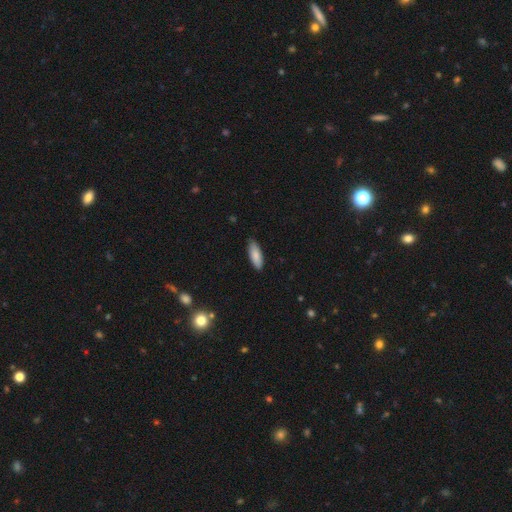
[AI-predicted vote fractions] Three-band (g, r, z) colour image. It shows a smooth galaxy with no disk features (86%) that is in between round and cigar-shaped (64%). Merging: none (87%).